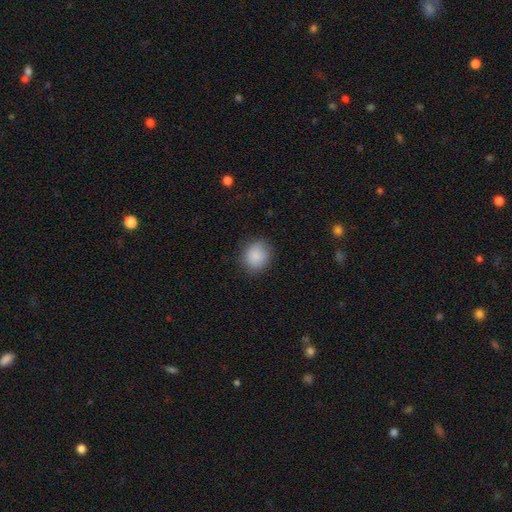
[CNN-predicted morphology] Smooth or featured: smooth — 88% (star or artifact — 8%)
How rounded: round — 76% (in between — 23%)
Merging: none — 83% (minor disturbance — 12%)